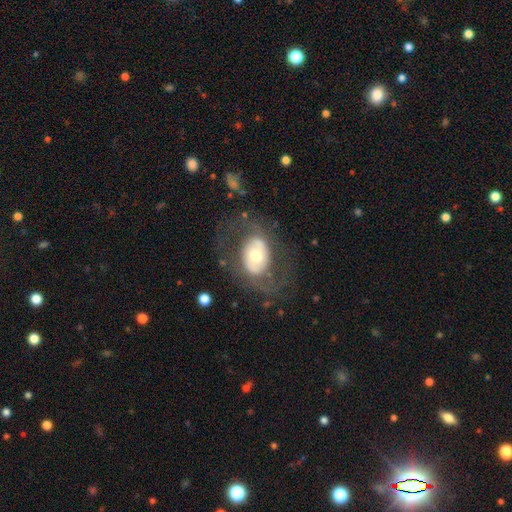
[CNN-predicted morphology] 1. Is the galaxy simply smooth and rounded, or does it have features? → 58% featured or disk, 36% smooth, 7% star or artifact.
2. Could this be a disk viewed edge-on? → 93% no, 7% yes.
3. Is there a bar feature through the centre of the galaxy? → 71% no, 20% weak, 10% strong.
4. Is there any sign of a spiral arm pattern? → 61% no, 39% yes.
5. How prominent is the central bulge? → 66% moderate, 18% large, 12% small, 2% dominant, 1% none.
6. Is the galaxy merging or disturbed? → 65% none, 18% major disturbance, 15% minor disturbance, 2% merger.